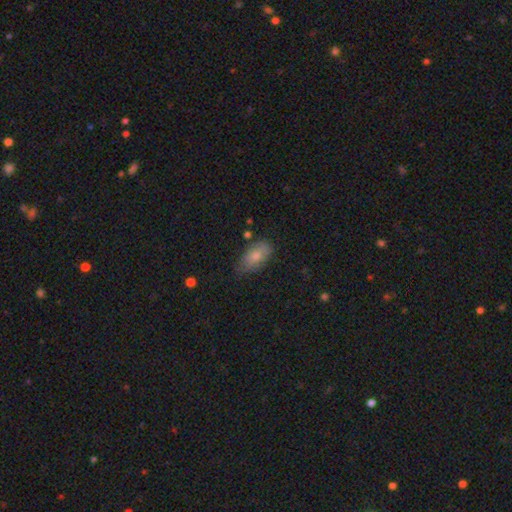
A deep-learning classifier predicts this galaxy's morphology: type=smooth (79%); roundness=in between (92%); merging=none (67%).